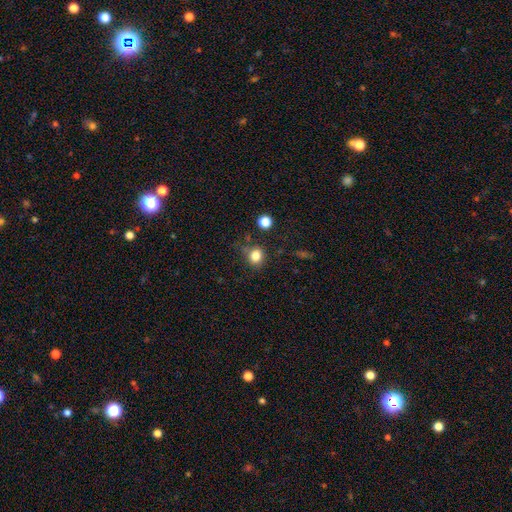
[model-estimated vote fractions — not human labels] Overall: smooth (82%). How rounded: round (77%). Merging: none (74%).